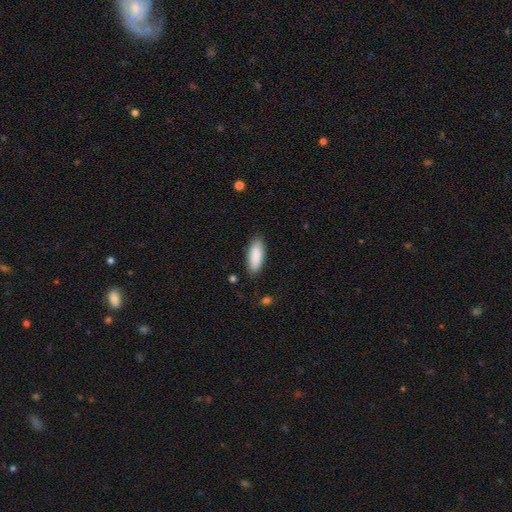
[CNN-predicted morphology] Smooth or featured? smooth (89%)
How rounded? in between (74%)
Merging? none (85%)